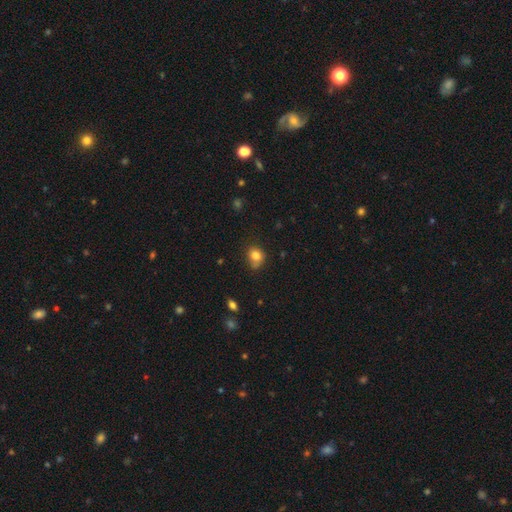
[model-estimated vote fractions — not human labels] This is clearly a smooth galaxy (81%). How rounded: likely round (68%). Merging: likely none (60%).